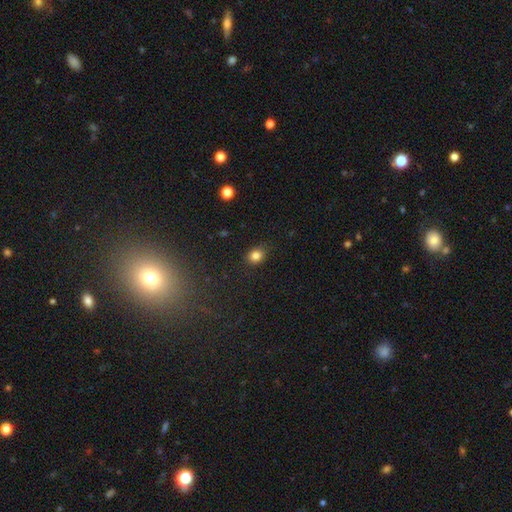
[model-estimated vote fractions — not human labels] This is clearly a smooth galaxy (83%). How rounded: likely round (63%). Merging: clearly none (83%).